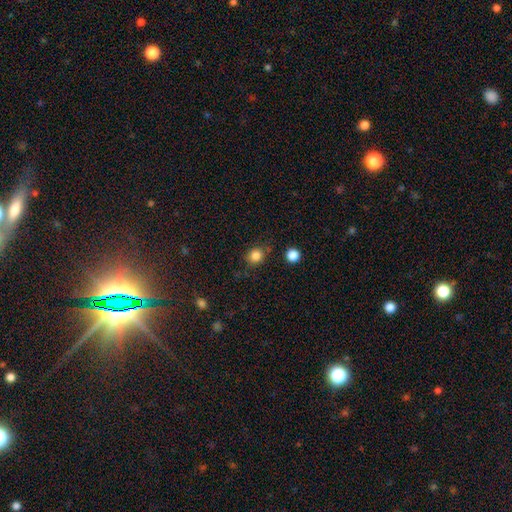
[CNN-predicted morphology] This appears to be a smooth galaxy with no disk features (83%) that is round (81%). Merging: none (79%).